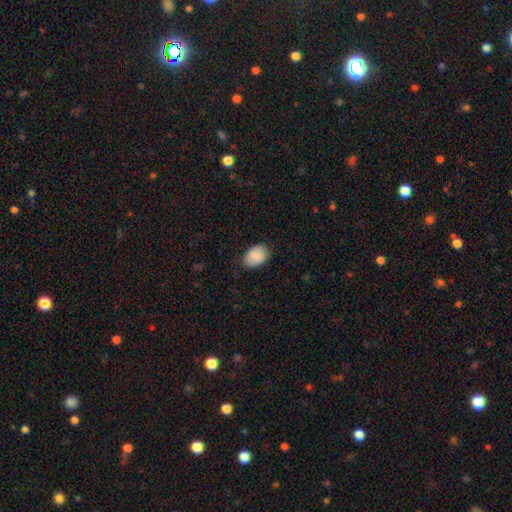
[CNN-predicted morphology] A smooth galaxy with no disk features (84%) that is in between round and cigar-shaped (82%). Merging: none (77%).